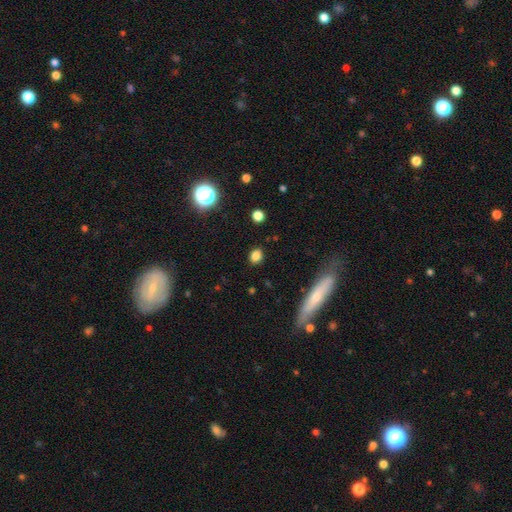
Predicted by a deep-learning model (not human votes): The model was most divided on "how rounded": round: 60%, in between: 38%, cigar-shaped: 3%. More confident: merging — none (87%); smooth or featured — smooth (82%).